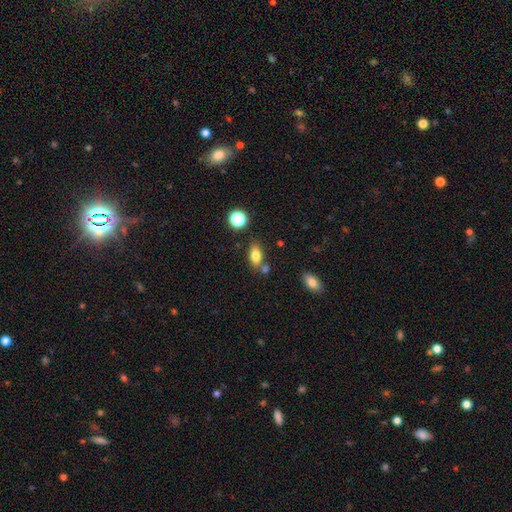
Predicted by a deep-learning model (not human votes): Smooth or featured?
  - smooth: 78% *
  - featured or disk: 11%
  - star or artifact: 10%
How rounded?
  - in between: 84% *
  - round: 10%
  - cigar-shaped: 6%
Merging?
  - none: 67% *
  - merger: 15%
  - minor disturbance: 14%
  - major disturbance: 4%